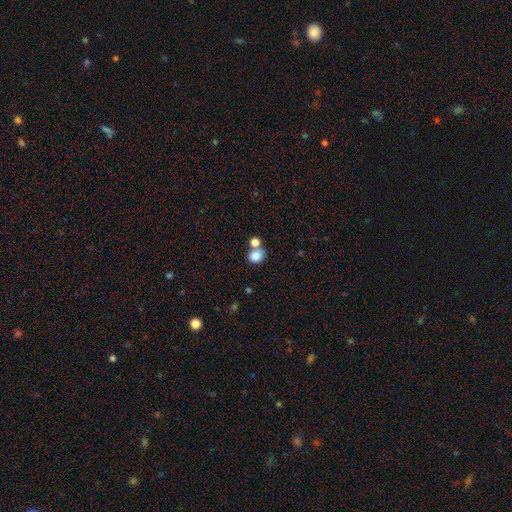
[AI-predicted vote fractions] smooth 83%, star or artifact 11%, featured or disk 7%. Down the decision tree: how rounded — round (67%); merging — none (53%).